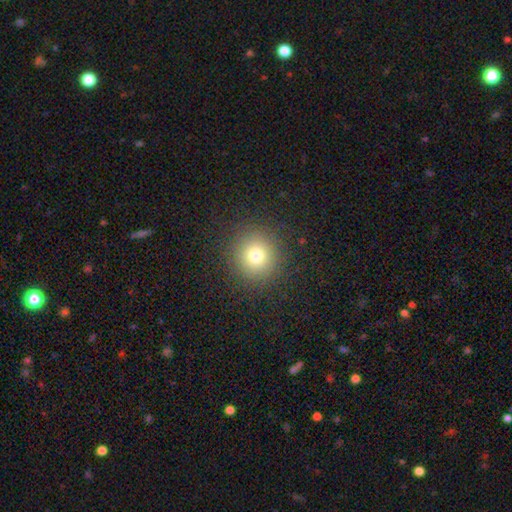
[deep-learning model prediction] smooth_or_featured: smooth (p=0.77) [alt: star or artifact p=0.14]
how_rounded: round (p=0.93) [alt: in between p=0.06]
merging: none (p=0.90) [alt: minor disturbance p=0.06]